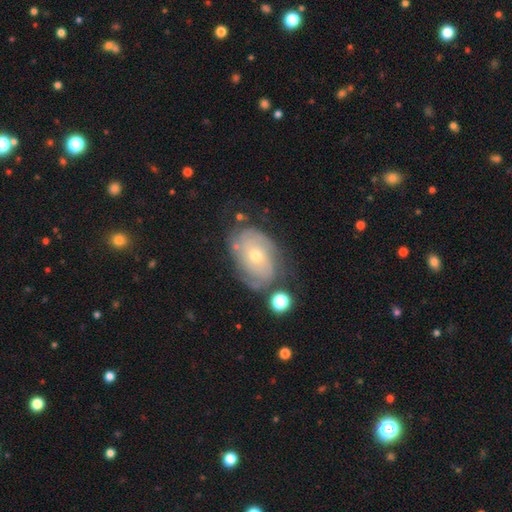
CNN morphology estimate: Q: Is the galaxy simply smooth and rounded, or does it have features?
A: featured or disk — 74%.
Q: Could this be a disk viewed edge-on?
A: no — 95%.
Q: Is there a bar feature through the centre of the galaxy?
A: no — 77%.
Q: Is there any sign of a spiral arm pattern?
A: yes — 87%.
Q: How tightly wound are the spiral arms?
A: tight — 62%.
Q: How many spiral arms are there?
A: can't tell — 44%.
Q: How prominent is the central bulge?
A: small — 52%.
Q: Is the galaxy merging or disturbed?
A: none — 64%.